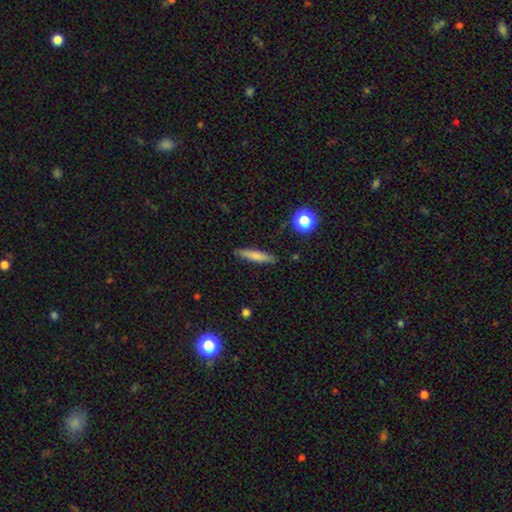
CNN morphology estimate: Smooth or featured?
  - smooth: 73% *
  - featured or disk: 19%
  - star or artifact: 8%
How rounded?
  - cigar-shaped: 87% *
  - in between: 11%
  - round: 2%
Merging?
  - none: 87% *
  - minor disturbance: 10%
  - major disturbance: 2%
  - merger: 2%